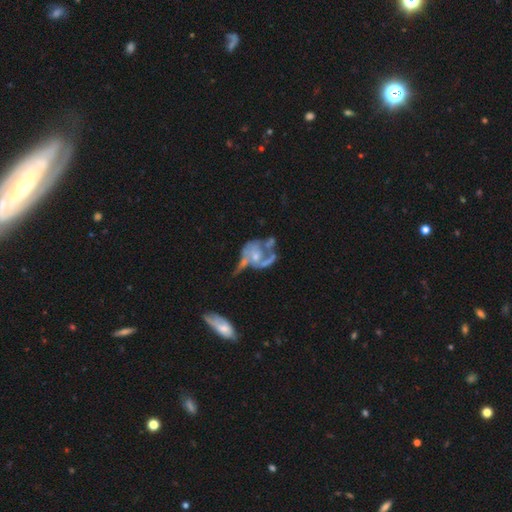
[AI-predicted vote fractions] Morphology: type=featured or disk (73%); edge-on=no (97%); bar=no (78%); spiral arms=yes (60%); bulge=small (46%); merging=major disturbance (34%).